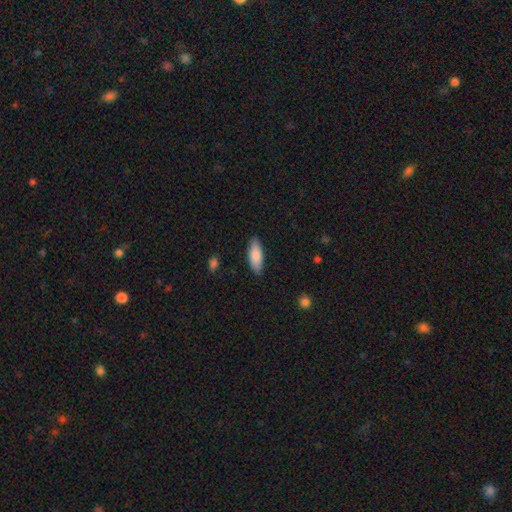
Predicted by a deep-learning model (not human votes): Morphology: type=smooth (86%); roundness=in between (71%); merging=none (87%).